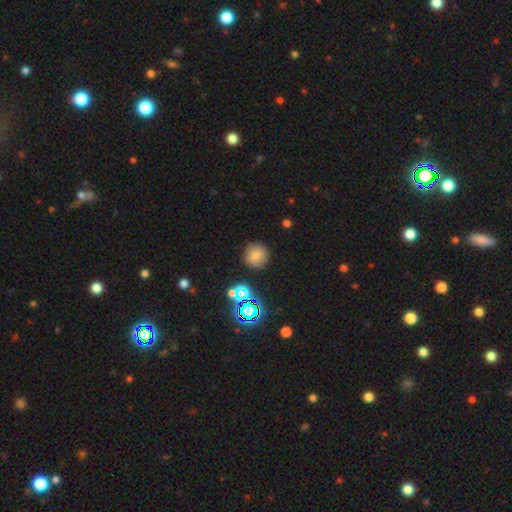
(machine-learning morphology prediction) A smooth galaxy with no disk features (72%) that is round (92%). Merging: none (87%).